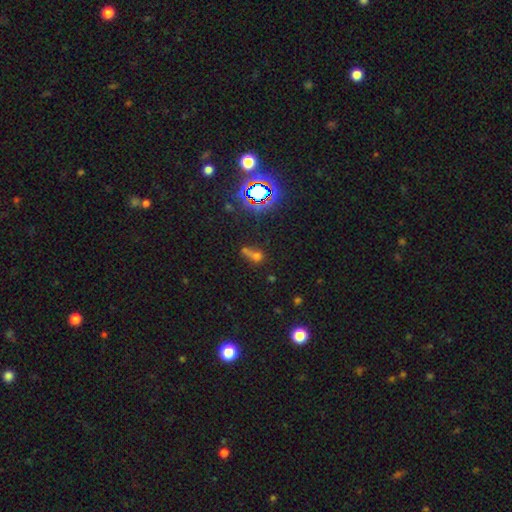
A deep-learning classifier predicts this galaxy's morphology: This is possibly a smooth galaxy (46%). Merging: marginally merger (42%).